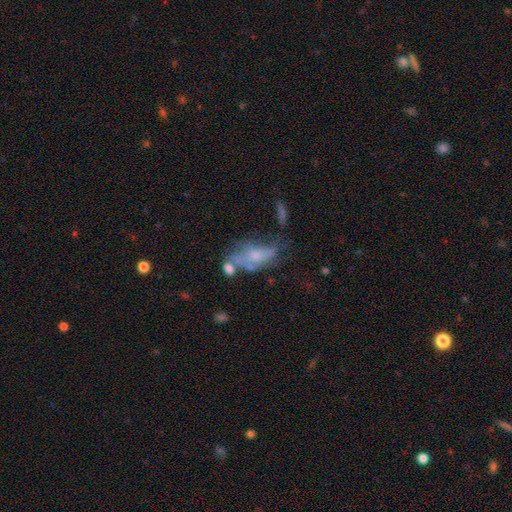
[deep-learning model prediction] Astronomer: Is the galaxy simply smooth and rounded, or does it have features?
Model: smooth — 45% (runner-up: featured or disk, 43%).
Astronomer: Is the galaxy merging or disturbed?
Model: major disturbance — 30% (runner-up: none, 26%).